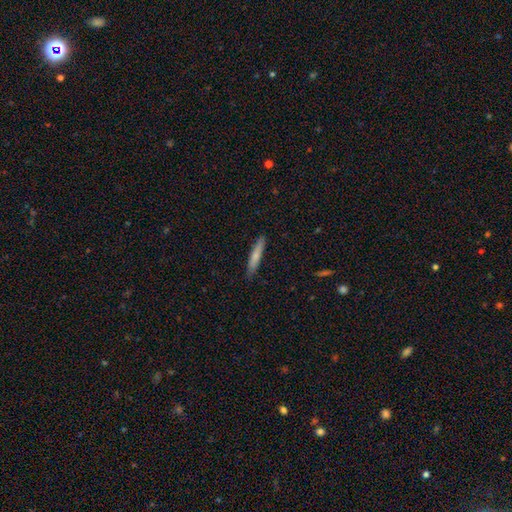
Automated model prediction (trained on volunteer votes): Morphology: type=smooth (72%); roundness=cigar-shaped (93%); merging=none (87%).